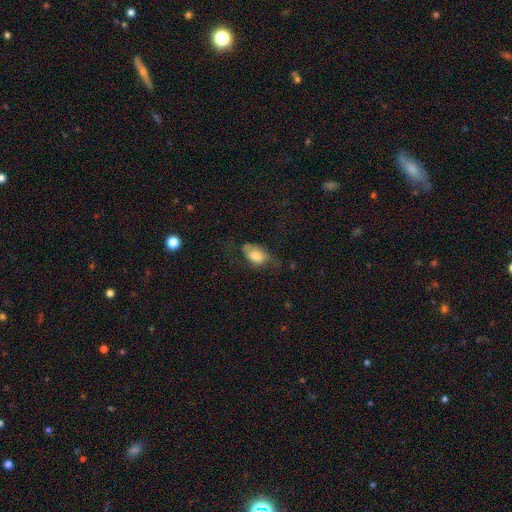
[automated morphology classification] type=smooth (70%); roundness=in between (88%); merging=none (43%).